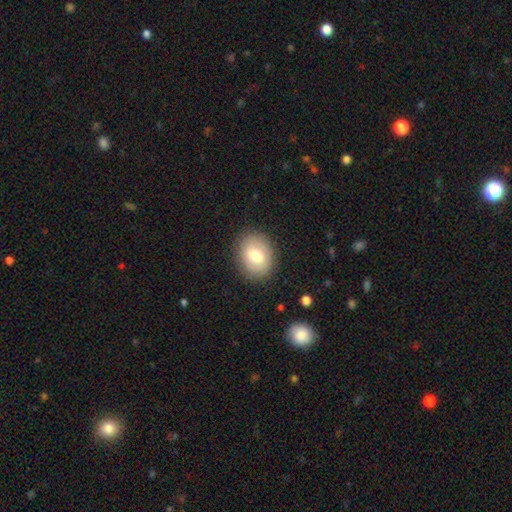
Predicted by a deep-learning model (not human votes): Morphology: type=smooth (72%); roundness=in between (58%); merging=none (85%).